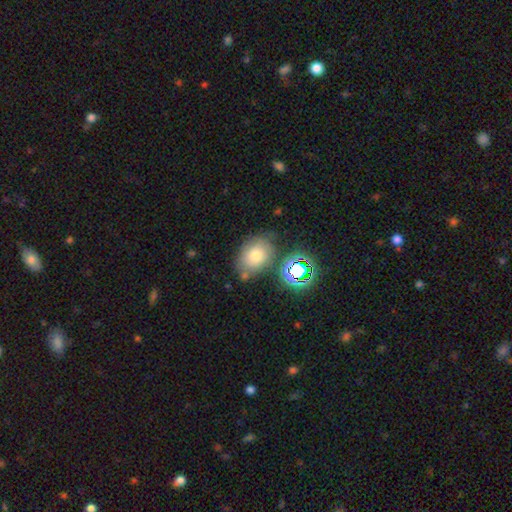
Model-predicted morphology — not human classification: The model was most divided on "how rounded": in between: 68%, round: 31%, cigar-shaped: 1%. More confident: smooth or featured — smooth (68%); merging — none (65%).